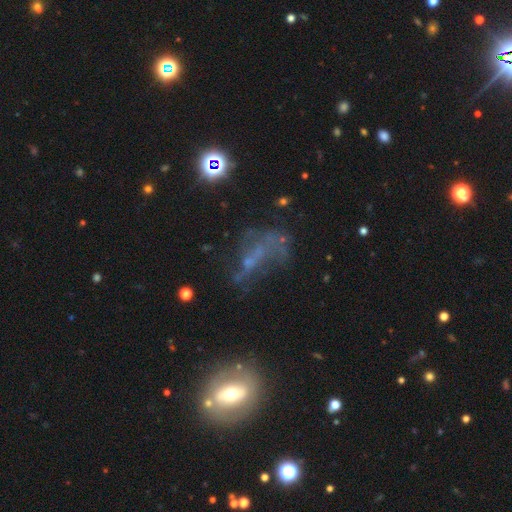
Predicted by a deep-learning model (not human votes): Smooth or featured? featured or disk (43%)
Merging? major disturbance (38%)